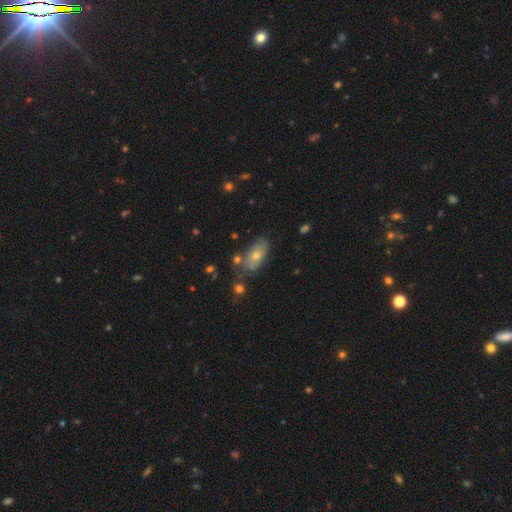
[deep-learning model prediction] Overall: smooth (54%; featured or disk 32%). How rounded: in between (82%). Merging: none (65%).